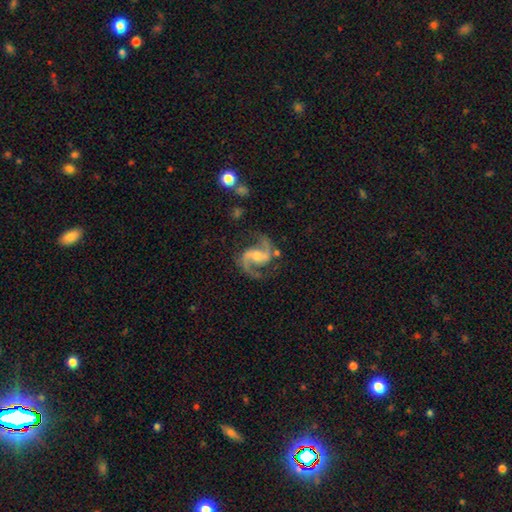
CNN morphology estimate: The model was most divided on "bulge size": moderate: 50%, small: 42%, none: 4%, large: 3%, dominant: 1%. Remaining: spiral arms — yes (98%); edge-on disk — no (98%); spiral arm count — 2 (94%); smooth or featured — featured or disk (93%); merging — none (75%); spiral winding — medium (62%); bar — weak (44%).